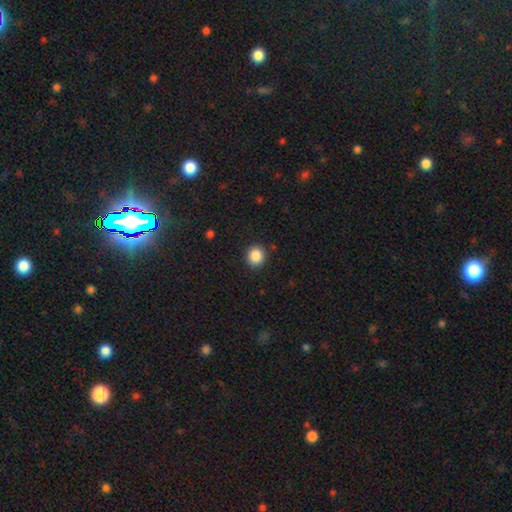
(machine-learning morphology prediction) smooth_or_featured: smooth (p=0.87) [alt: star or artifact p=0.10]
how_rounded: round (p=0.84) [alt: in between p=0.15]
merging: none (p=0.90) [alt: minor disturbance p=0.07]